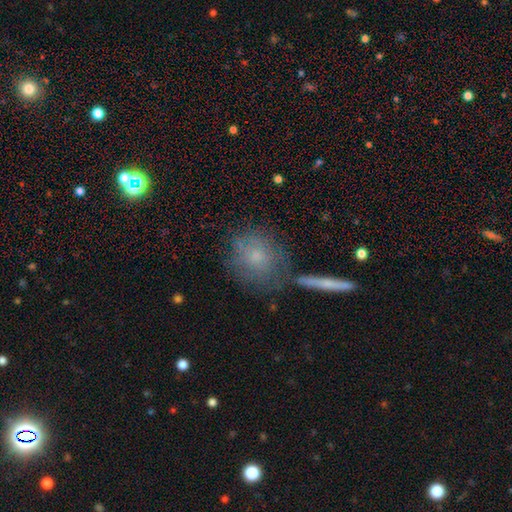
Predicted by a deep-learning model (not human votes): Q: Smooth or featured?
A: smooth (62%); runner-up: featured or disk (26%)
Q: How rounded?
A: round (74%); runner-up: in between (22%)
Q: Merging?
A: none (66%); runner-up: minor disturbance (15%)